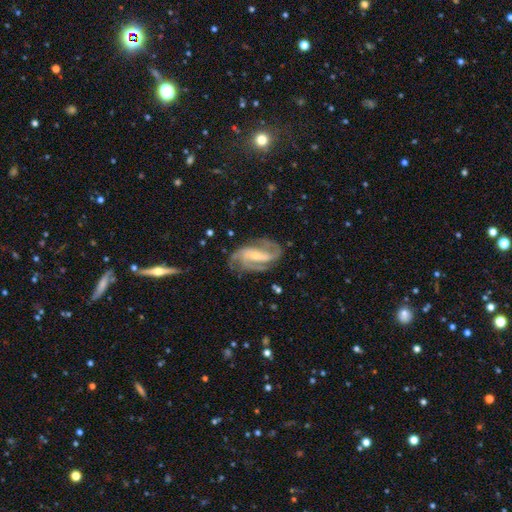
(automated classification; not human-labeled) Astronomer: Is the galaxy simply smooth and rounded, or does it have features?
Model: featured or disk — 88%.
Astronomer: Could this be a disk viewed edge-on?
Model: no — 97%.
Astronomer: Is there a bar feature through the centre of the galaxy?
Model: weak — 39% (runner-up: strong, 34%).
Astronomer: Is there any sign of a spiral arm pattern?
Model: yes — 97%.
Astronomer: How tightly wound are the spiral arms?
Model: medium — 51% (runner-up: tight, 31%).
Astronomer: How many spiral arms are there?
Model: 3 — 38% (runner-up: 2, 33%).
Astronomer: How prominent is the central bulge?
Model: small — 57% (runner-up: moderate, 35%).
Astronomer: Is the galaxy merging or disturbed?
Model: none — 68%.